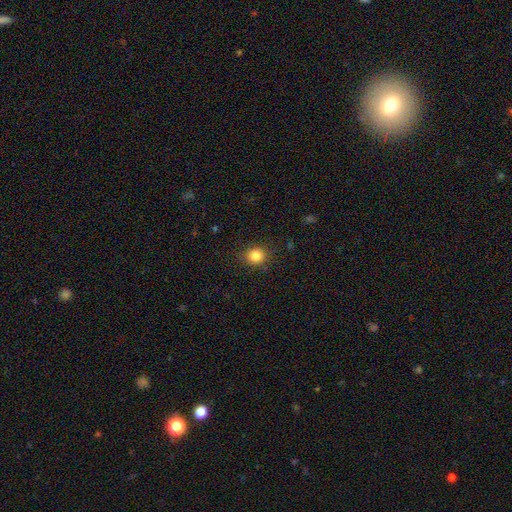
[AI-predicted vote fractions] smooth-or-featured: smooth: 84% | star or artifact: 11% | featured or disk: 5%
  how-rounded: round: 82% | in between: 18% | cigar-shaped: 1%
  merging: none: 87% | minor disturbance: 9% | major disturbance: 3% | merger: 1%